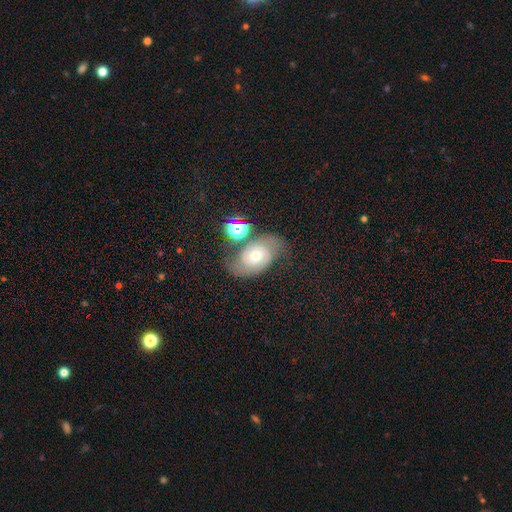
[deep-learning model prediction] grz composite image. It shows a featured or disk galaxy (65%) with no bar (73%), 2 (86%) medium (47%) spiral arms (89%) and a moderate central bulge (65%). Merging: none (63%).